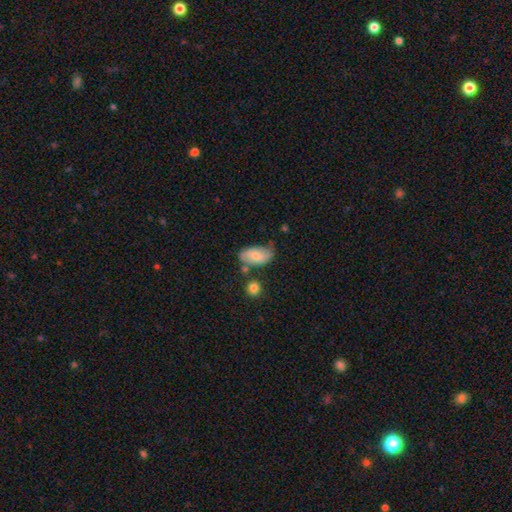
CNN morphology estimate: Smooth or featured? Predicted: smooth (p=0.61). How rounded? Predicted: in between (p=0.92). Merging? Predicted: none (p=0.51).